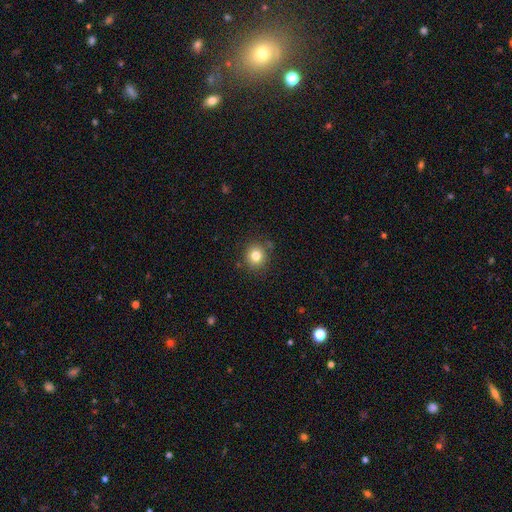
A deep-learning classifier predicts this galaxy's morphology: A smooth galaxy with no disk features (81%) that is round (89%). Merging: none (85%).